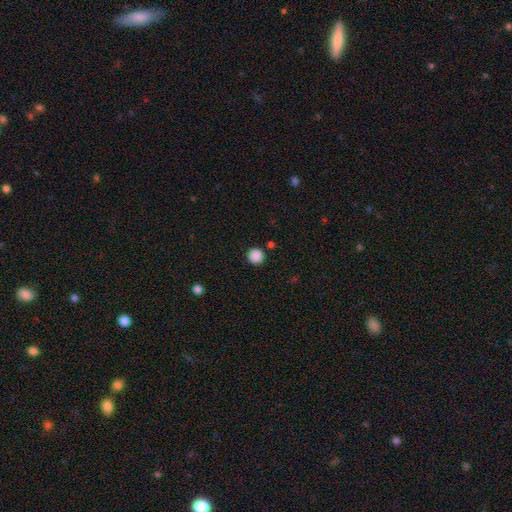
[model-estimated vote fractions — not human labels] Smooth or featured? smooth (87%)
How rounded? round (95%)
Merging? none (90%)